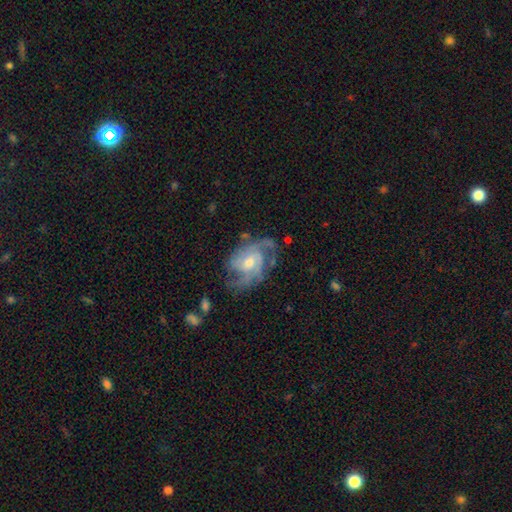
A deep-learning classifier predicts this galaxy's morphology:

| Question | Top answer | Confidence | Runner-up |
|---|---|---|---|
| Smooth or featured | featured or disk | 86% | smooth (8%) |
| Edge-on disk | no | 97% | yes (3%) |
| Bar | no | 54% | weak (38%) |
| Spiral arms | yes | 95% | no (5%) |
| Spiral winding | medium | 46% | tight (39%) |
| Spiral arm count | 3 | 32% | 2 (30%) |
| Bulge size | moderate | 56% | small (38%) |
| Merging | none | 65% | minor disturbance (21%) |